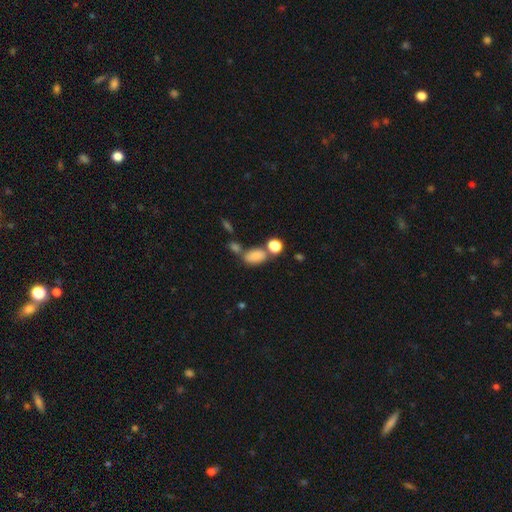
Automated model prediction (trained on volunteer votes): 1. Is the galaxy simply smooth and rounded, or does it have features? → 81% smooth, 11% star or artifact, 8% featured or disk.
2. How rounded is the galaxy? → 84% in between, 13% round, 2% cigar-shaped.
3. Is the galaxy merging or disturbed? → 45% none, 33% merger, 15% minor disturbance, 7% major disturbance.